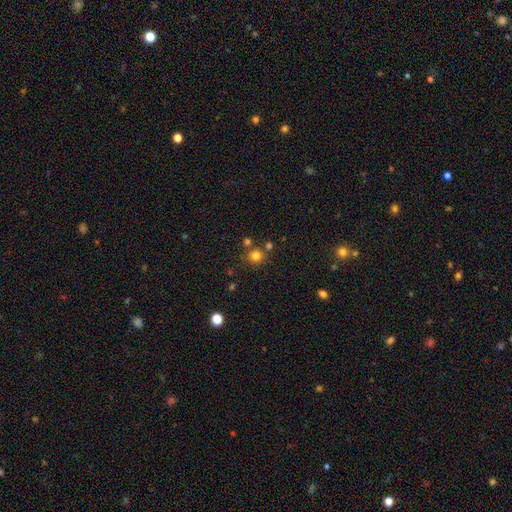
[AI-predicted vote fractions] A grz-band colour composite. It shows a smooth galaxy with no disk features (78%) that is round (92%). Merging: none (75%).